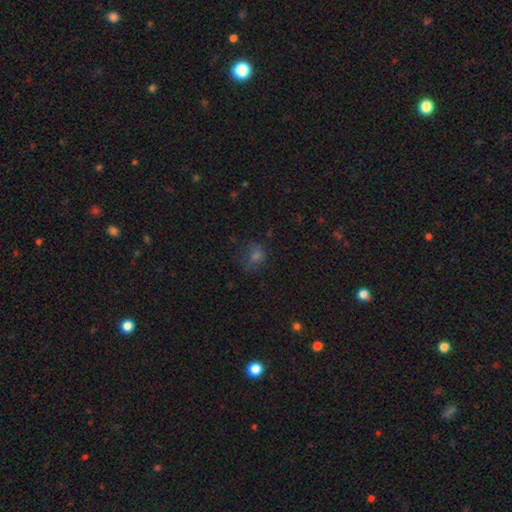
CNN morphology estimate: Q: Smooth or featured?
A: smooth (56%); runner-up: star or artifact (30%)
Q: How rounded?
A: round (60%); runner-up: in between (39%)
Q: Merging?
A: none (59%); runner-up: minor disturbance (22%)